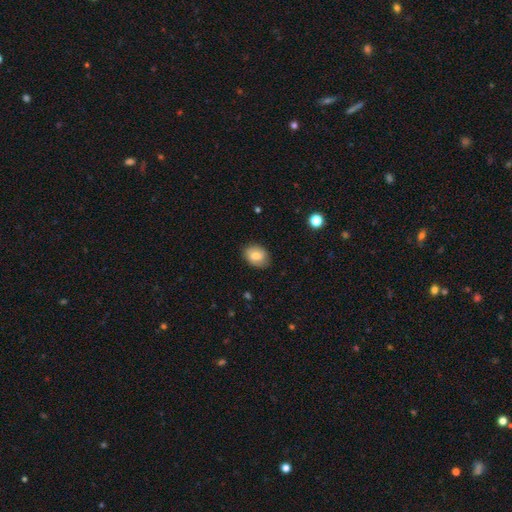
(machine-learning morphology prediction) This is likely a smooth galaxy (74%). How rounded: likely in between (68%). Merging: clearly none (82%).